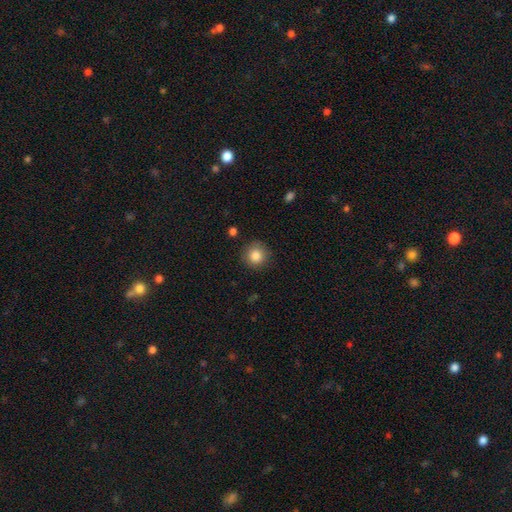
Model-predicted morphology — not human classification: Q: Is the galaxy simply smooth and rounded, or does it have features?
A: smooth — 85%.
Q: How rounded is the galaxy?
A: round — 94%.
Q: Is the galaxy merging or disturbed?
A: none — 88%.